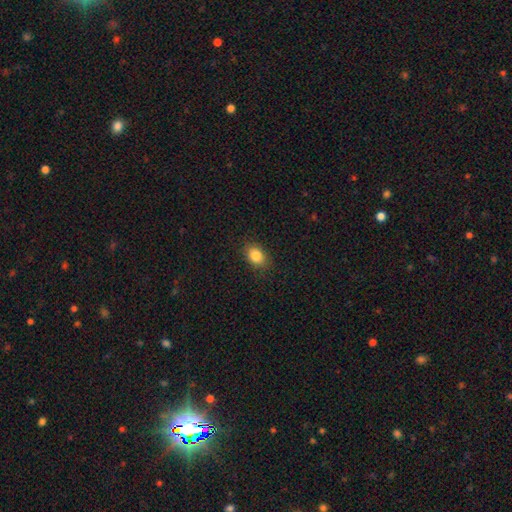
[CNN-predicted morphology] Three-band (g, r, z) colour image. It shows a smooth galaxy with no disk features (84%) that is in between round and cigar-shaped (67%). Merging: none (85%).